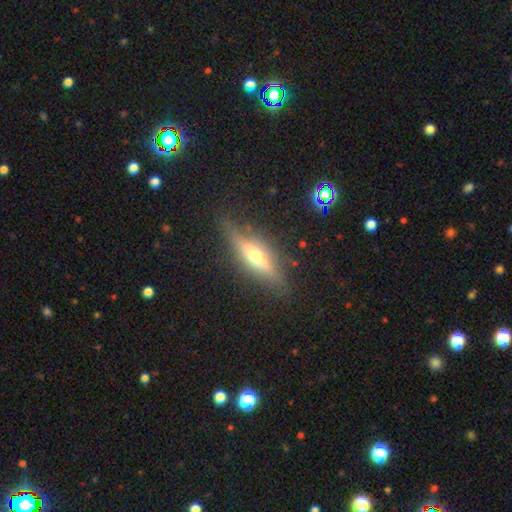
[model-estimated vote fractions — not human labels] featured or disk 65%, smooth 26%, star or artifact 8%. Down the decision tree: edge-on disk — yes (93%); edge-on bulge — rounded (87%); merging — none (82%).